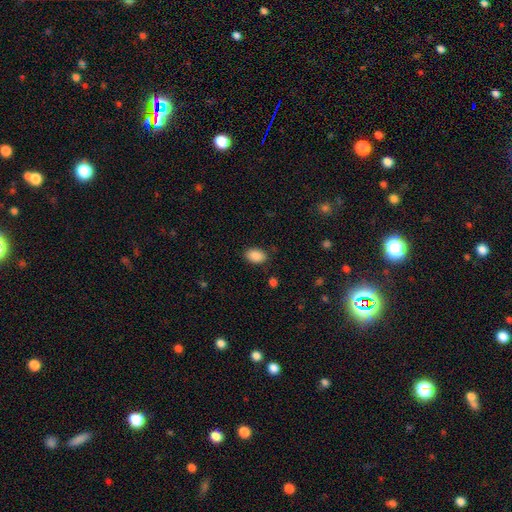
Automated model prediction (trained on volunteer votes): Smooth or featured: smooth — 89% (star or artifact — 8%)
How rounded: in between — 87% (round — 12%)
Merging: none — 85% (minor disturbance — 11%)